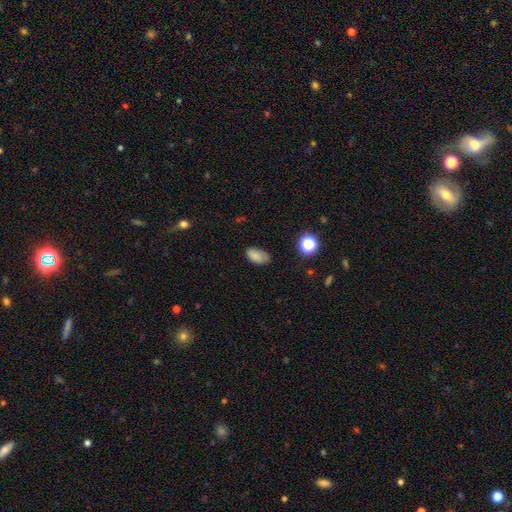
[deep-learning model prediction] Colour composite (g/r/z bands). It shows a smooth galaxy with no disk features (83%) that is in between round and cigar-shaped (91%). Merging: none (71%).